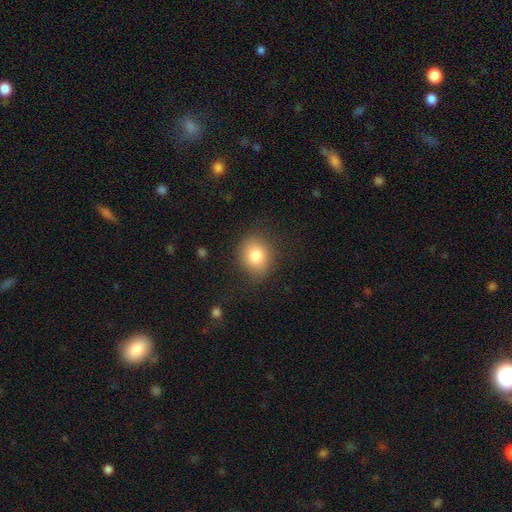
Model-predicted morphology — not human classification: type=smooth (81%); roundness=round (64%); merging=none (82%).